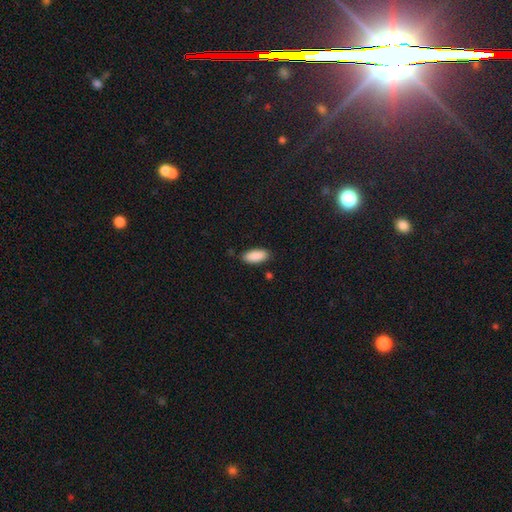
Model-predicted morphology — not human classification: Smooth or featured: smooth — 90% (star or artifact — 6%)
How rounded: in between — 86% (cigar-shaped — 12%)
Merging: none — 85% (minor disturbance — 11%)